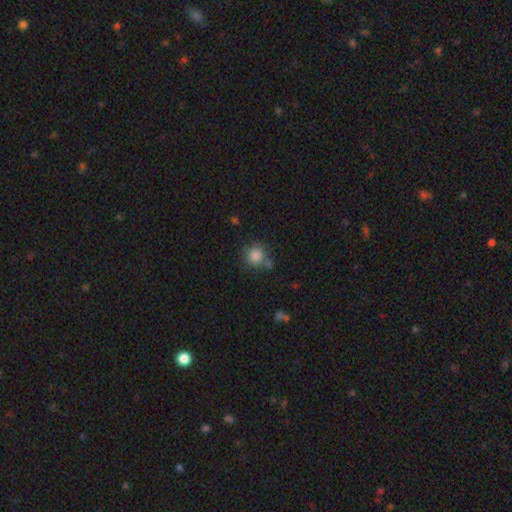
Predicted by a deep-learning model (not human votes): smooth_or_featured: smooth (p=0.85) [alt: star or artifact p=0.10]
how_rounded: round (p=0.90) [alt: in between p=0.09]
merging: none (p=0.68) [alt: minor disturbance p=0.15]